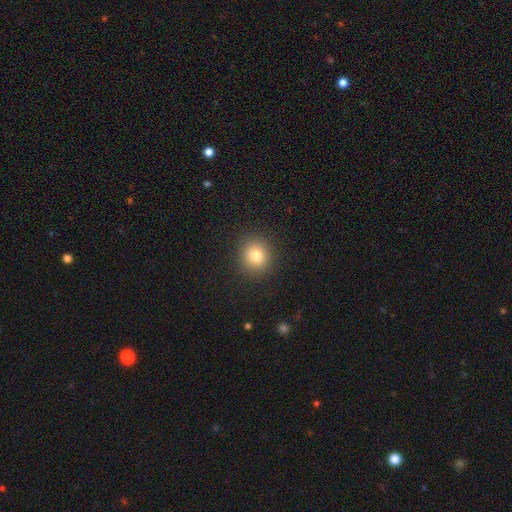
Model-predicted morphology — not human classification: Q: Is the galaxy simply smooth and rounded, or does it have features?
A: smooth — 81%.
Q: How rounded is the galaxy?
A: round — 86%.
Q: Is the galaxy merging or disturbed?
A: none — 90%.